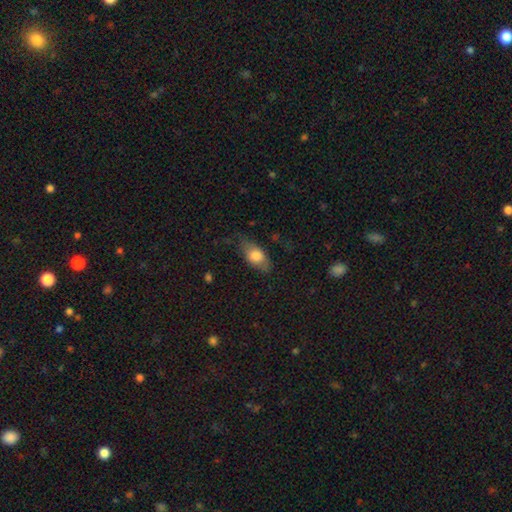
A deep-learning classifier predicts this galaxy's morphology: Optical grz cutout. It shows a smooth galaxy with no disk features (73%) that is in between round and cigar-shaped (85%). Merging: none (65%).